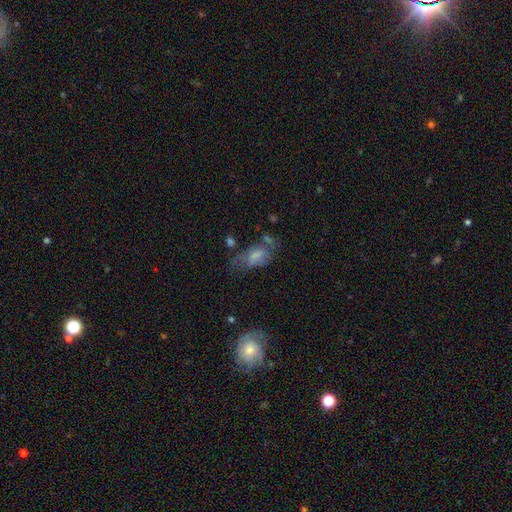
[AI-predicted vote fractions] Morphology: type=smooth (48%); merging=none (37%).